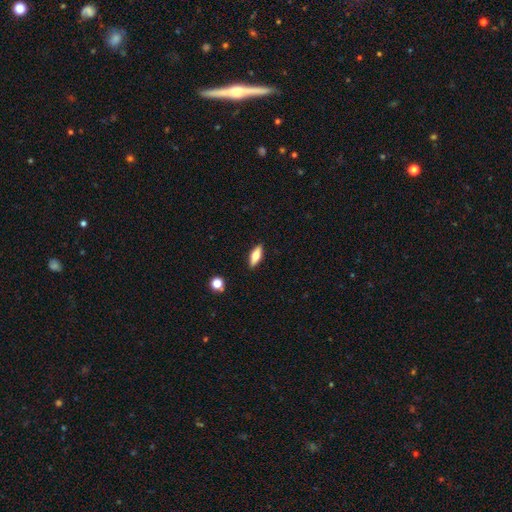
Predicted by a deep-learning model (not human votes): A smooth galaxy with no disk features (56%) that is in between round and cigar-shaped (66%).

Vote fractions:
- Smooth or featured? smooth: 56% / featured or disk: 37% / star or artifact: 7%
- How rounded? in between: 66% / cigar-shaped: 31% / round: 3%
- Merging? none: 89% / minor disturbance: 8% / major disturbance: 2% / merger: 1%